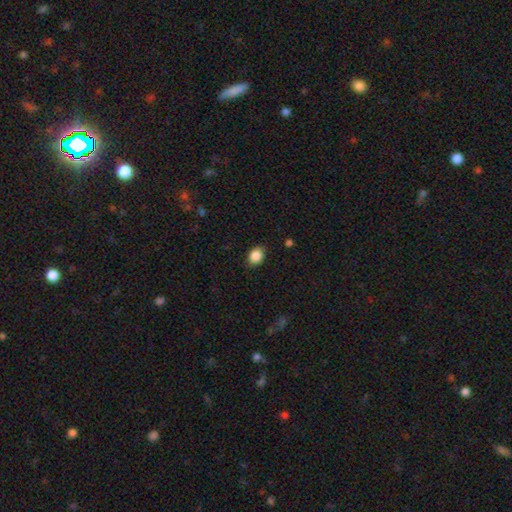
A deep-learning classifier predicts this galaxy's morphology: Smooth or featured? Predicted: smooth (p=0.88). How rounded? Predicted: in between (p=0.63). Merging? Predicted: none (p=0.86).